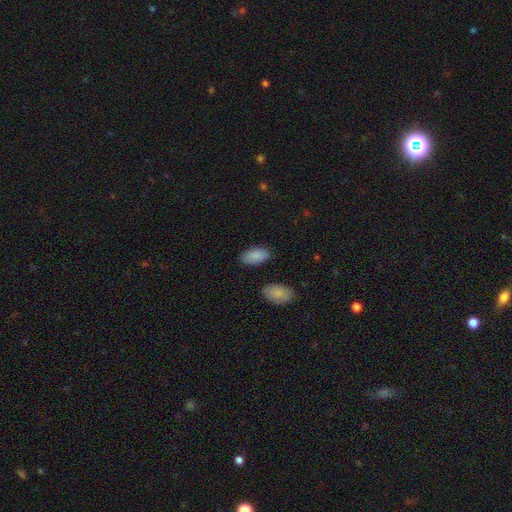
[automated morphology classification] smooth-or-featured: smooth: 88% | star or artifact: 7% | featured or disk: 5%
  how-rounded: in between: 95% | round: 3% | cigar-shaped: 2%
  merging: none: 83% | minor disturbance: 11% | major disturbance: 3% | merger: 3%